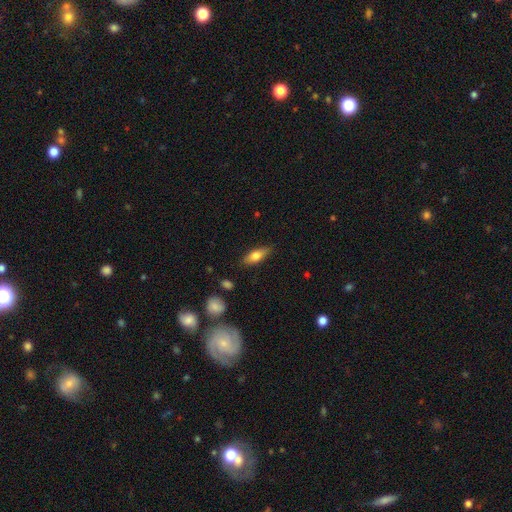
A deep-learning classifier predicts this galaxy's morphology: A smooth galaxy with no disk features (69%) that is in between round and cigar-shaped (67%).

Vote fractions:
- Smooth or featured? smooth: 69% / featured or disk: 24% / star or artifact: 7%
- How rounded? in between: 67% / cigar-shaped: 30% / round: 3%
- Merging? none: 83% / minor disturbance: 13% / major disturbance: 3% / merger: 2%